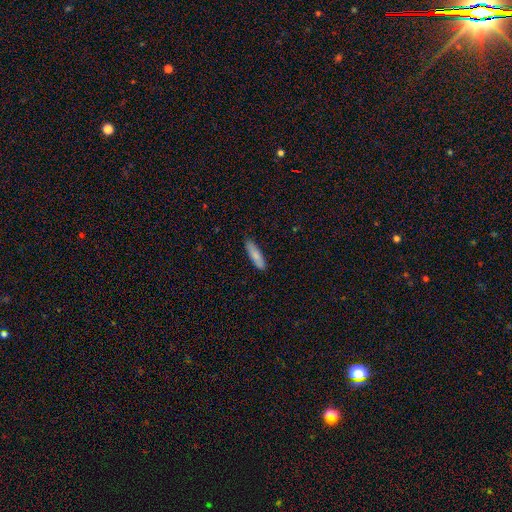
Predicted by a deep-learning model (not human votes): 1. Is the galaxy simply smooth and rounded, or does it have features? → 81% smooth, 14% featured or disk, 6% star or artifact.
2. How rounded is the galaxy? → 64% cigar-shaped, 34% in between, 2% round.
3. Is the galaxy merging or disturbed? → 86% none, 11% minor disturbance, 2% major disturbance, 1% merger.